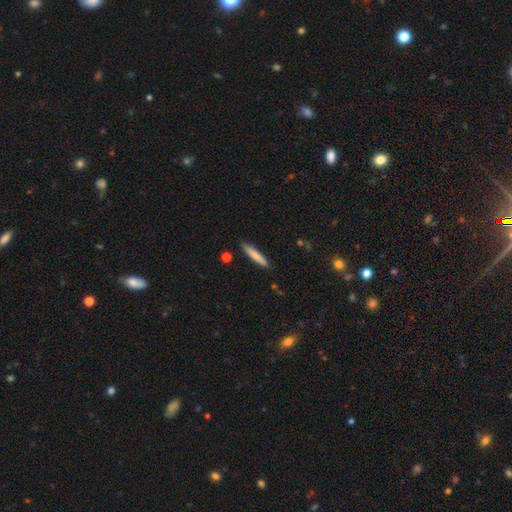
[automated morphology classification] This appears to be a smooth galaxy with no disk features (77%) that is cigar-shaped (92%). Merging: none (87%).